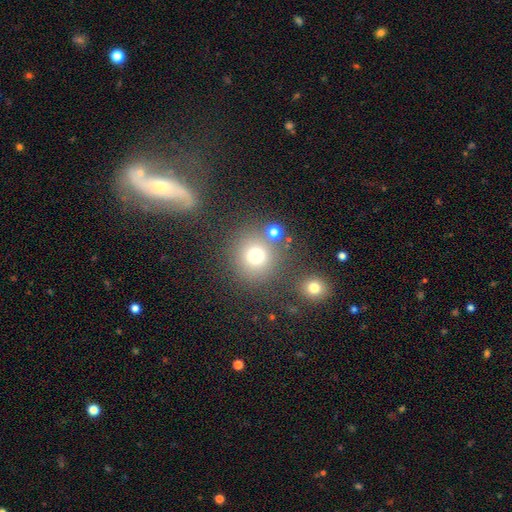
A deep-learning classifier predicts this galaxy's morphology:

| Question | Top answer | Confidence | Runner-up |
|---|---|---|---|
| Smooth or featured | smooth | 74% | star or artifact (17%) |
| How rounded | round | 90% | in between (9%) |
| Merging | none | 75% | merger (11%) |